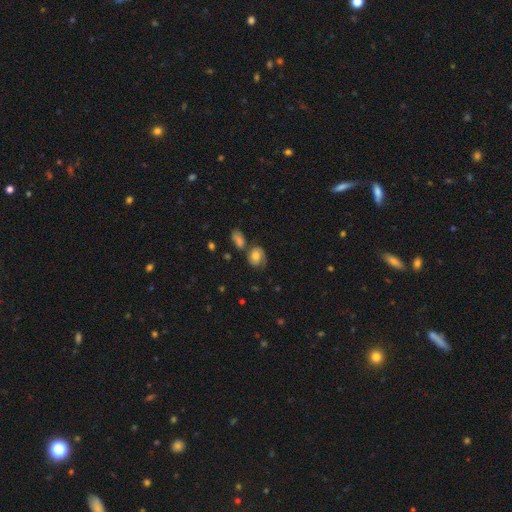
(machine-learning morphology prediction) Smooth or featured?
  - smooth: 57% *
  - featured or disk: 34%
  - star or artifact: 10%
How rounded?
  - round: 57% *
  - in between: 41%
  - cigar-shaped: 1%
Merging?
  - none: 52% *
  - minor disturbance: 22%
  - merger: 15%
  - major disturbance: 11%